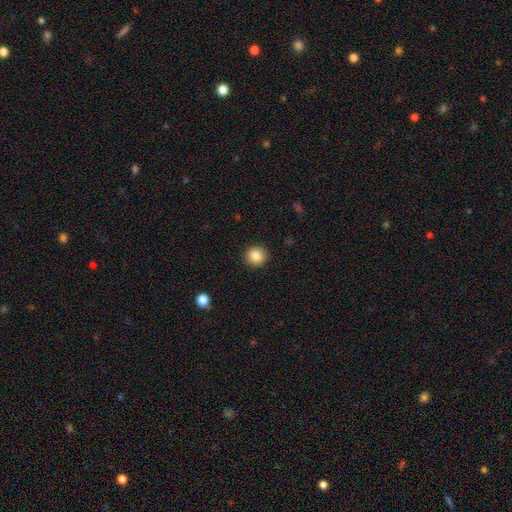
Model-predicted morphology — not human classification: A smooth galaxy with no disk features (85%) that is round (92%).

Vote fractions:
- Smooth or featured? smooth: 85% / star or artifact: 10% / featured or disk: 6%
- How rounded? round: 92% / in between: 7% / cigar-shaped: 1%
- Merging? none: 92% / minor disturbance: 5% / major disturbance: 2% / merger: 1%